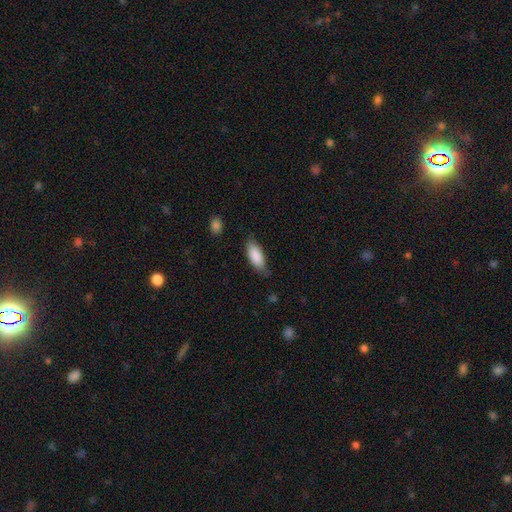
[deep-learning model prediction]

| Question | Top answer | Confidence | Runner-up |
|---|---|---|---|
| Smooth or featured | smooth | 87% | featured or disk (7%) |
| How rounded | in between | 80% | cigar-shaped (18%) |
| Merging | none | 71% | minor disturbance (23%) |